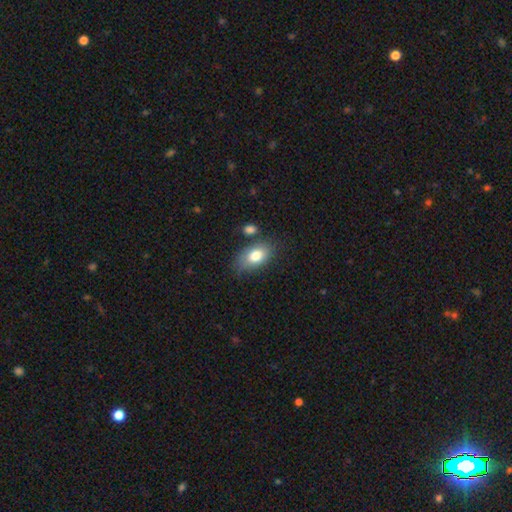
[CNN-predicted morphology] A smooth galaxy with no disk features (79%) that is in between round and cigar-shaped (90%).

Vote fractions:
- Smooth or featured? smooth: 79% / featured or disk: 13% / star or artifact: 7%
- How rounded? in between: 90% / round: 8% / cigar-shaped: 2%
- Merging? none: 70% / minor disturbance: 17% / merger: 9% / major disturbance: 5%